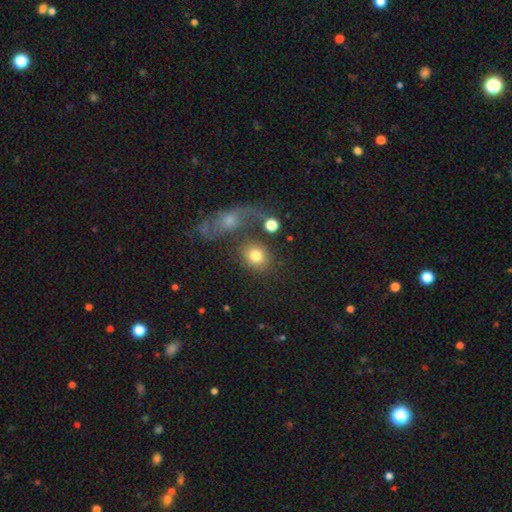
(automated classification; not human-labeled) Smooth or featured?
  - smooth: 78% *
  - featured or disk: 11%
  - star or artifact: 11%
How rounded?
  - round: 67% *
  - in between: 32%
  - cigar-shaped: 2%
Merging?
  - none: 59% *
  - merger: 20%
  - minor disturbance: 13%
  - major disturbance: 9%